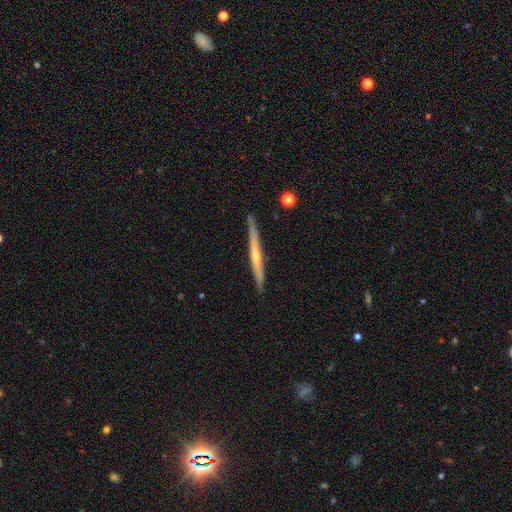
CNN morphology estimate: The model was most divided on "edge-on bulge": rounded: 56%, none: 41%, boxy: 3%. More confident: edge-on disk — yes (96%); merging — none (88%); smooth or featured — featured or disk (66%).